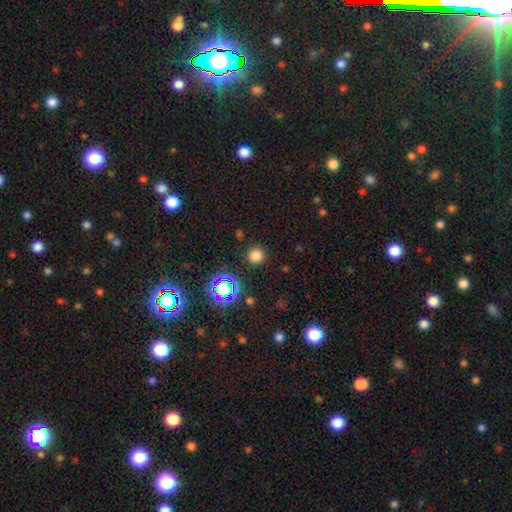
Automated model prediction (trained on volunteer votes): This is likely a smooth galaxy (75%). How rounded: clearly round (94%). Merging: clearly none (89%).